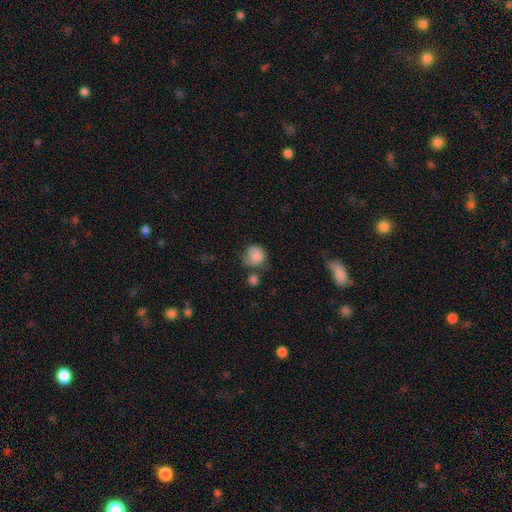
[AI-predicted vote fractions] Smooth or featured: smooth — 84% (star or artifact — 8%)
How rounded: round — 81% (in between — 18%)
Merging: none — 48% (minor disturbance — 27%)